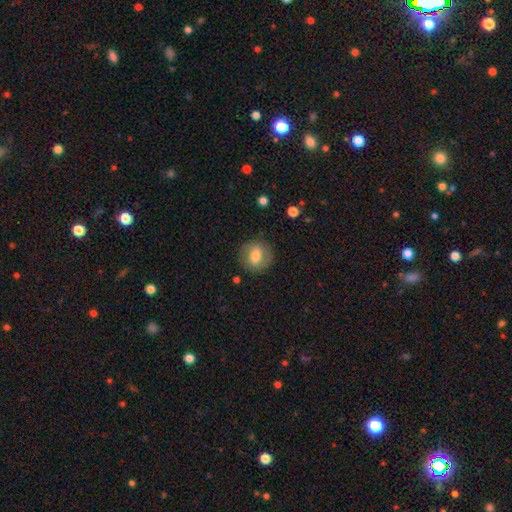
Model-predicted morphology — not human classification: Smooth or featured? Predicted: smooth (p=0.63). How rounded? Predicted: round (p=0.82). Merging? Predicted: none (p=0.83).